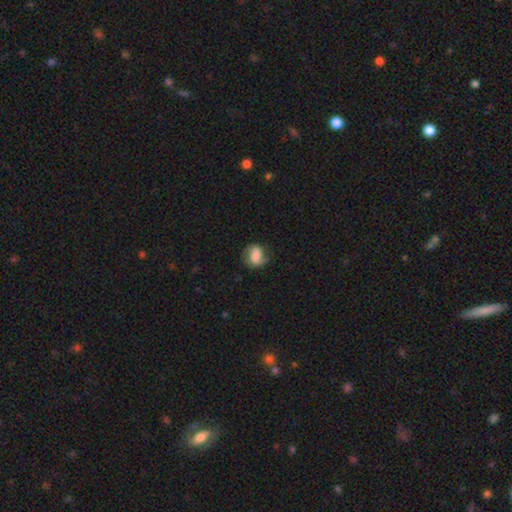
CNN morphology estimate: Q: Smooth or featured?
A: featured or disk (49%); runner-up: smooth (42%)
Q: Merging?
A: none (68%); runner-up: minor disturbance (21%)